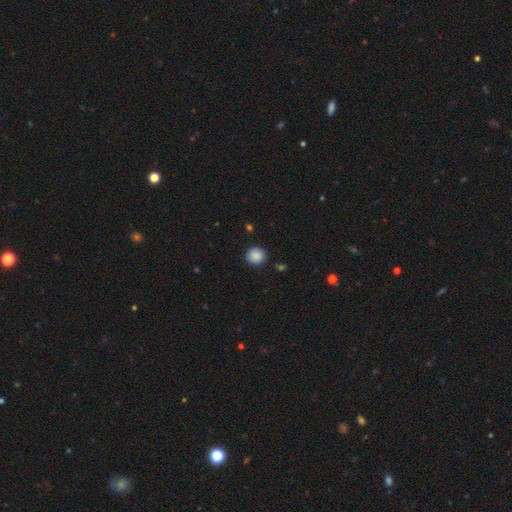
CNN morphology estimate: smooth-or-featured: smooth: 88% | star or artifact: 9% | featured or disk: 3%
  how-rounded: round: 88% | in between: 11% | cigar-shaped: 1%
  merging: none: 88% | minor disturbance: 9% | major disturbance: 2% | merger: 2%